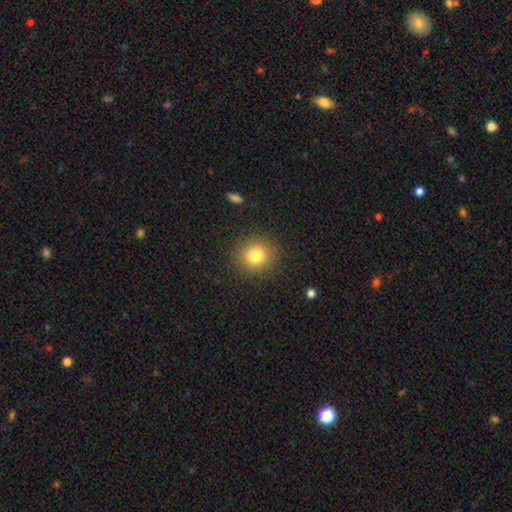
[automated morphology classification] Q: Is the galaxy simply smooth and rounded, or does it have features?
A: smooth — 79%.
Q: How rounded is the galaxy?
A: round — 90%.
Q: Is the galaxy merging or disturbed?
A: none — 89%.